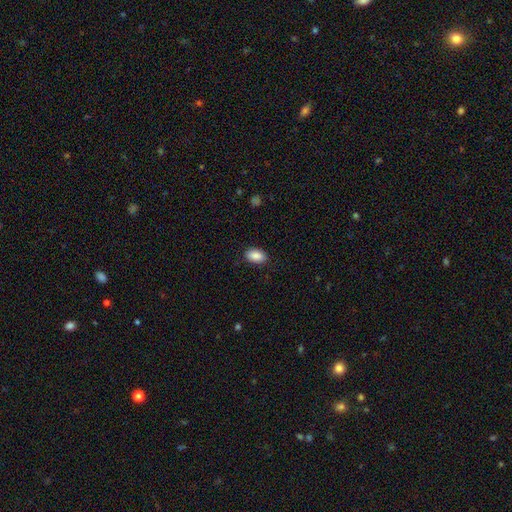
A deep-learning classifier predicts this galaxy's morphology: This is clearly a smooth galaxy (89%). How rounded: clearly in between (92%). Merging: clearly none (87%).